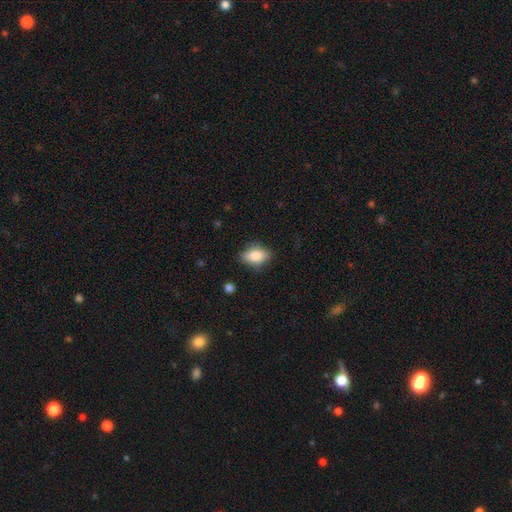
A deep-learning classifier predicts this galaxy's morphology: smooth 81%, featured or disk 11%, star or artifact 8%. Down the decision tree: how rounded — in between (81%); merging — none (77%).